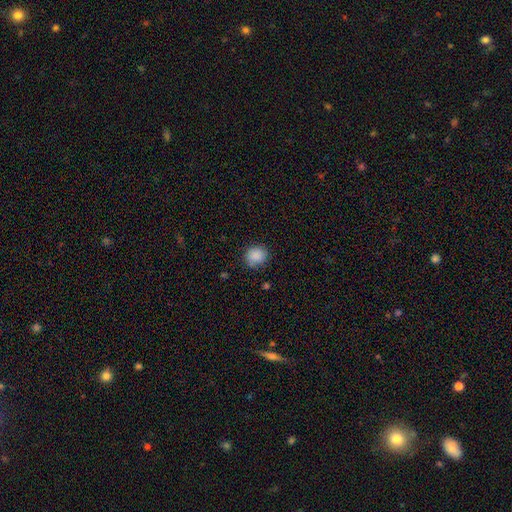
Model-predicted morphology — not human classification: This is clearly a smooth galaxy (88%). How rounded: clearly round (81%). Merging: clearly none (82%).